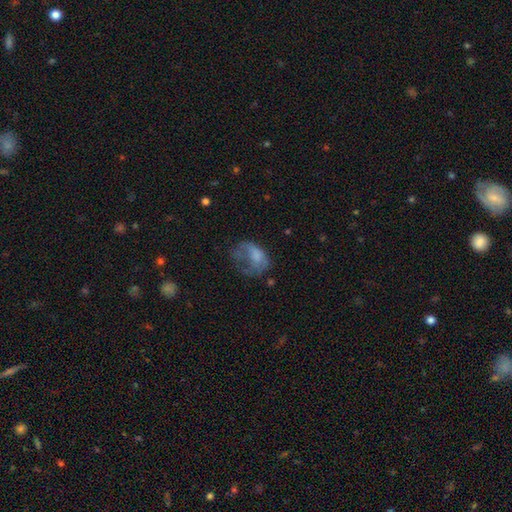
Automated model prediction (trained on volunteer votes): Smooth or featured? smooth (54%)
How rounded? in between (74%)
Merging? major disturbance (53%)